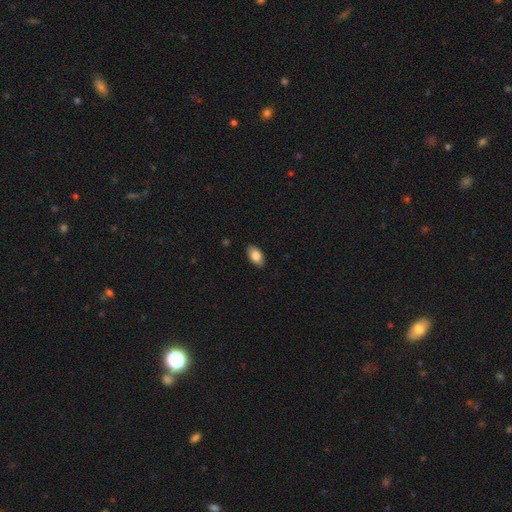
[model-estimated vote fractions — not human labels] Smooth or featured?
  - smooth: 82% *
  - featured or disk: 11%
  - star or artifact: 7%
How rounded?
  - in between: 93% *
  - round: 5%
  - cigar-shaped: 2%
Merging?
  - none: 88% *
  - minor disturbance: 9%
  - major disturbance: 2%
  - merger: 1%